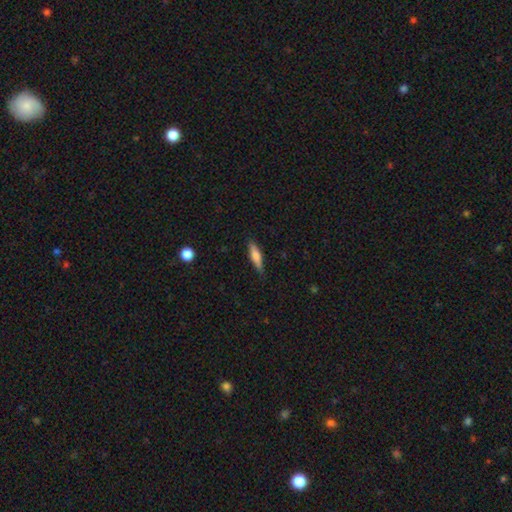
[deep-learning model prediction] Smooth or featured?
  - smooth: 66% *
  - featured or disk: 28%
  - star or artifact: 6%
How rounded?
  - cigar-shaped: 72% *
  - in between: 25%
  - round: 2%
Merging?
  - none: 84% *
  - minor disturbance: 12%
  - major disturbance: 2%
  - merger: 1%